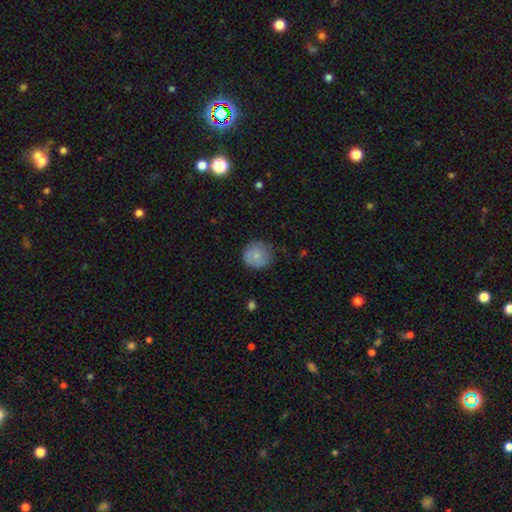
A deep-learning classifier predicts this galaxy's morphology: smooth-or-featured: smooth: 78% | featured or disk: 15% | star or artifact: 7%
  how-rounded: round: 90% | in between: 9% | cigar-shaped: 1%
  merging: none: 70% | minor disturbance: 23% | major disturbance: 6% | merger: 1%